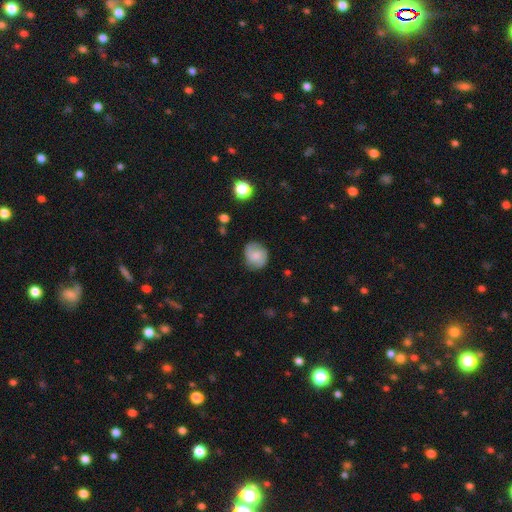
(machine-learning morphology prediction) A smooth galaxy with no disk features (60%) that is round (68%).

Vote fractions:
- Smooth or featured? smooth: 60% / featured or disk: 32% / star or artifact: 8%
- How rounded? round: 68% / in between: 31% / cigar-shaped: 1%
- Merging? none: 74% / minor disturbance: 20% / major disturbance: 5% / merger: 1%